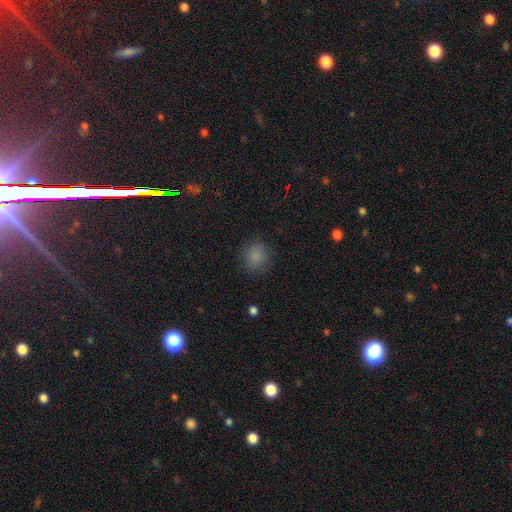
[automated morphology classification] Q: Smooth or featured?
A: smooth (84%); runner-up: star or artifact (12%)
Q: How rounded?
A: round (86%); runner-up: in between (13%)
Q: Merging?
A: none (85%); runner-up: minor disturbance (11%)